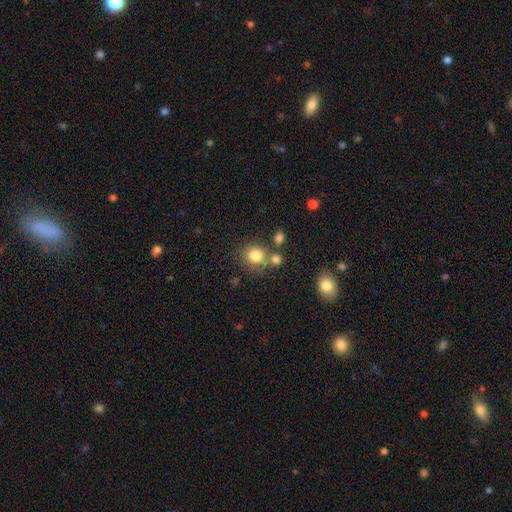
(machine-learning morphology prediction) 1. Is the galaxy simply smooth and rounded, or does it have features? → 82% smooth, 11% star or artifact, 8% featured or disk.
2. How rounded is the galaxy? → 79% round, 20% in between, 1% cigar-shaped.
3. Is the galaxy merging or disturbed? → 62% none, 21% merger, 12% minor disturbance, 5% major disturbance.